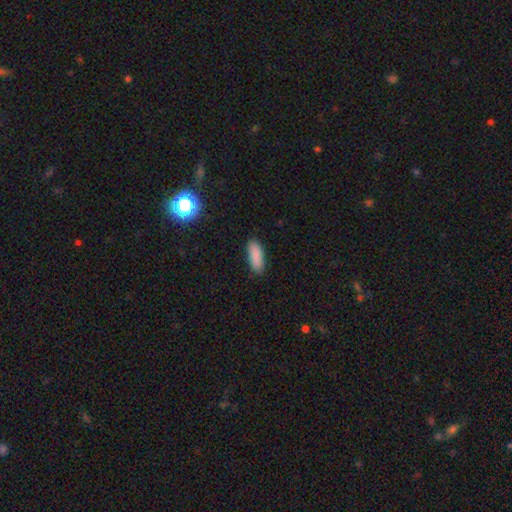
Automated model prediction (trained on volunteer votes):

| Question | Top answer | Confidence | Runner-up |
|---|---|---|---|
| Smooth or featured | smooth | 89% | star or artifact (7%) |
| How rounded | in between | 65% | cigar-shaped (34%) |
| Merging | none | 87% | minor disturbance (10%) |